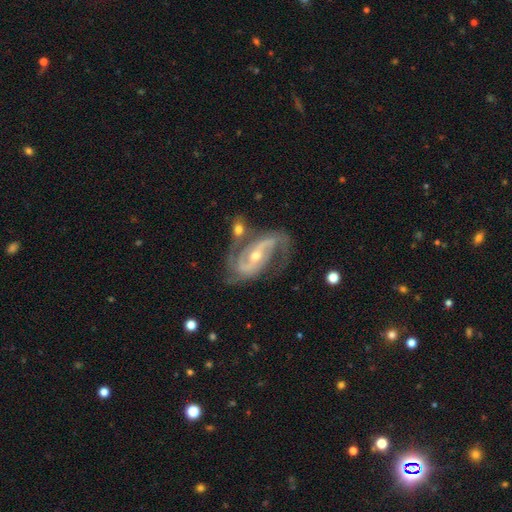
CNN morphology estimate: Smooth or featured: featured or disk — 91% (star or artifact — 5%)
Edge-on disk: no — 96% (yes — 4%)
Bar: strong — 47% (weak — 33%)
Spiral arms: yes — 97% (no — 3%)
Spiral winding: medium — 52% (tight — 29%)
Spiral arm count: 2 — 79% (3 — 9%)
Bulge size: small — 52% (moderate — 45%)
Merging: none — 56% (minor disturbance — 19%)